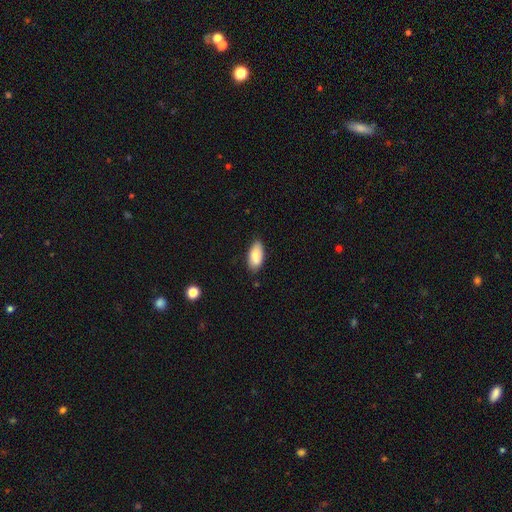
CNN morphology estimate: type=smooth (84%); roundness=in between (90%); merging=none (82%).